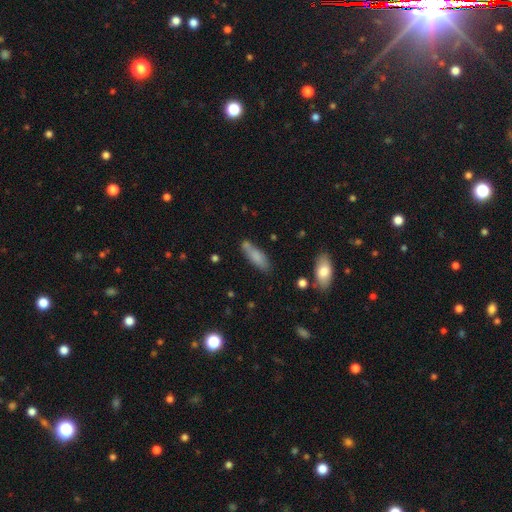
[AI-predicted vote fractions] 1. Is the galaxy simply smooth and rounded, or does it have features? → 79% smooth, 14% featured or disk, 7% star or artifact.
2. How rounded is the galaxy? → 51% cigar-shaped, 47% in between, 2% round.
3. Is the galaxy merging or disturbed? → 65% none, 21% minor disturbance, 9% merger, 5% major disturbance.